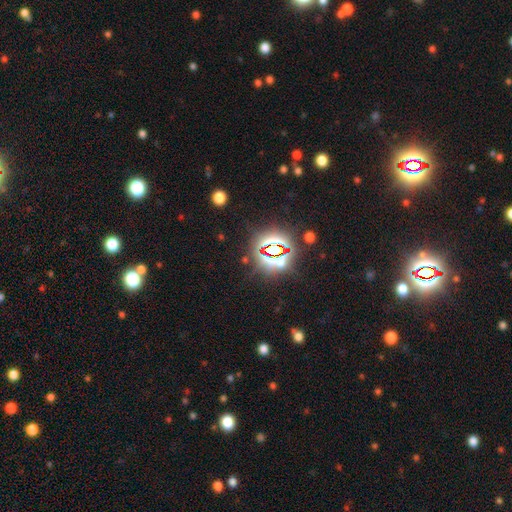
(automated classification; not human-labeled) The model was most divided on "smooth or featured": star or artifact: 82%, smooth: 11%, featured or disk: 7%.